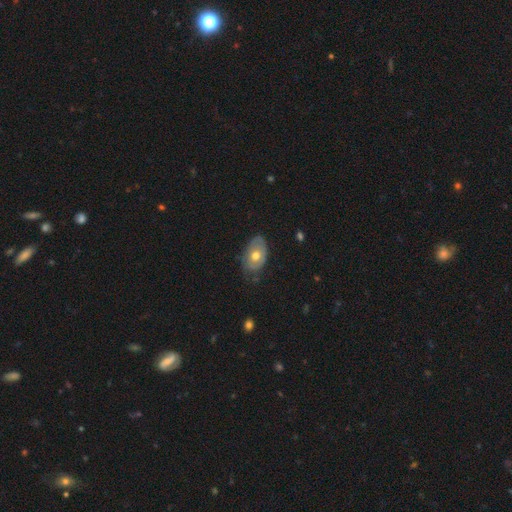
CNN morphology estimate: The model was most divided on "smooth or featured": smooth: 54%, featured or disk: 40%, star or artifact: 6%. More confident: how rounded — in between (87%); merging — none (60%).